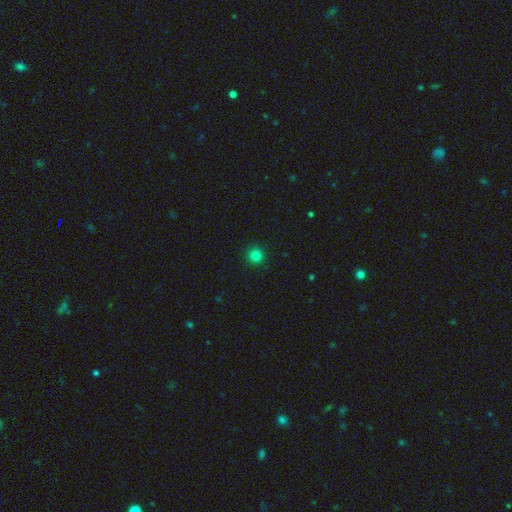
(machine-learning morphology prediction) Smooth or featured: smooth — 82% (star or artifact — 14%)
How rounded: round — 95% (in between — 4%)
Merging: none — 93% (minor disturbance — 5%)